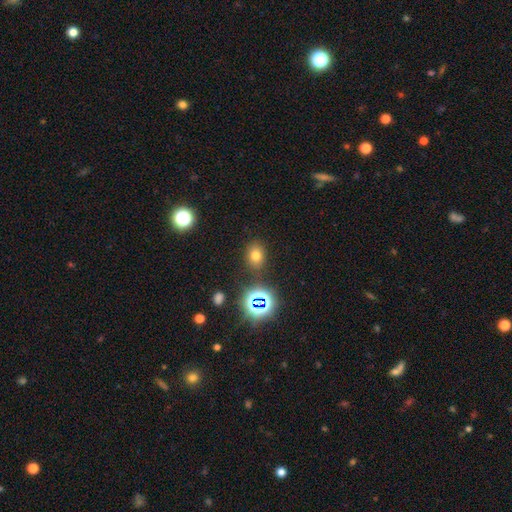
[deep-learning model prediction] Overall: smooth (68%). How rounded: in between (55%; round 44%). Merging: none (82%).